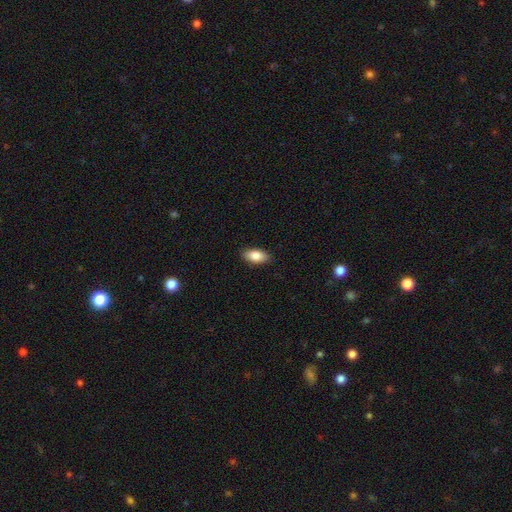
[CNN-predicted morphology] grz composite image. It shows a smooth galaxy with no disk features (84%) that is in between round and cigar-shaped (91%). Merging: none (89%).